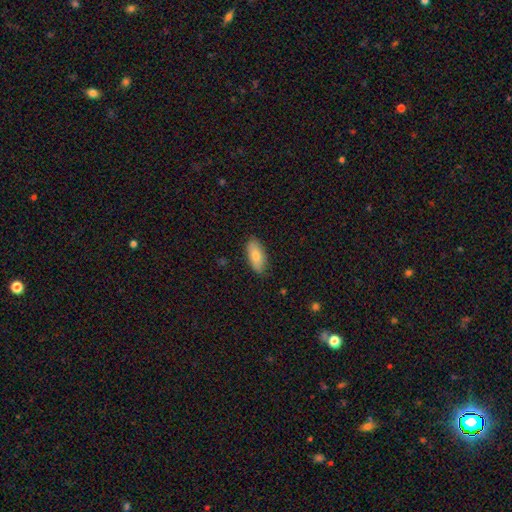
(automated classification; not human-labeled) This appears to be a smooth galaxy with no disk features (76%) that is in between round and cigar-shaped (87%). Merging: none (86%).